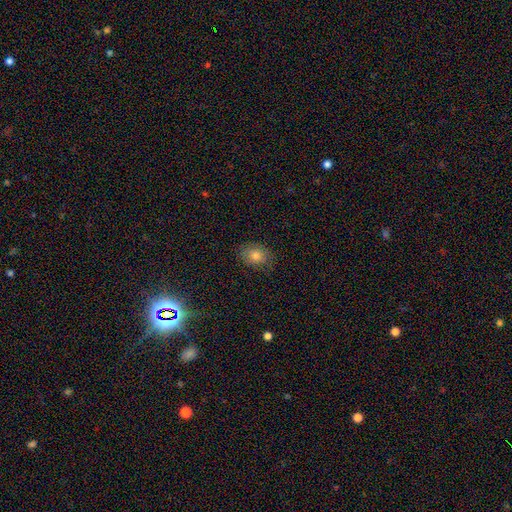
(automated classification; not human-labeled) smooth-or-featured: smooth: 75% | star or artifact: 14% | featured or disk: 11%
  how-rounded: in between: 62% | round: 36% | cigar-shaped: 1%
  merging: none: 82% | minor disturbance: 14% | major disturbance: 3% | merger: 1%